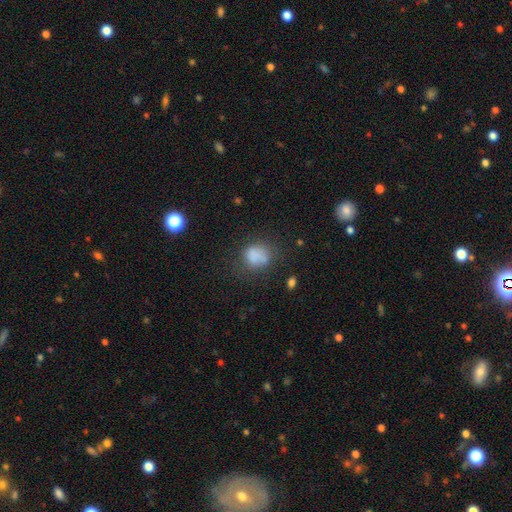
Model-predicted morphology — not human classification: This is likely a smooth galaxy (74%). How rounded: possibly round (60%). Merging: possibly none (50%).